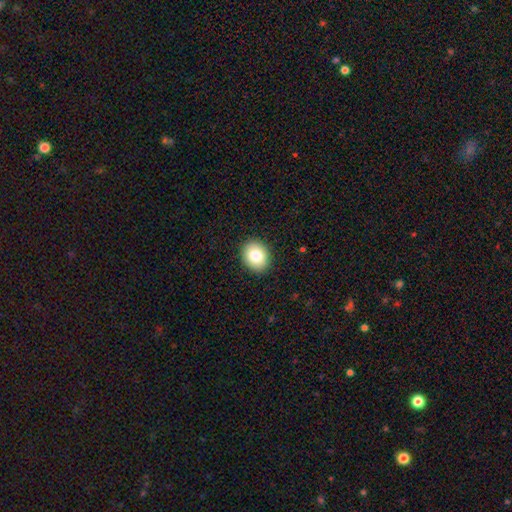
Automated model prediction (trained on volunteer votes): Morphology: type=smooth (84%); roundness=round (50%); merging=none (90%).